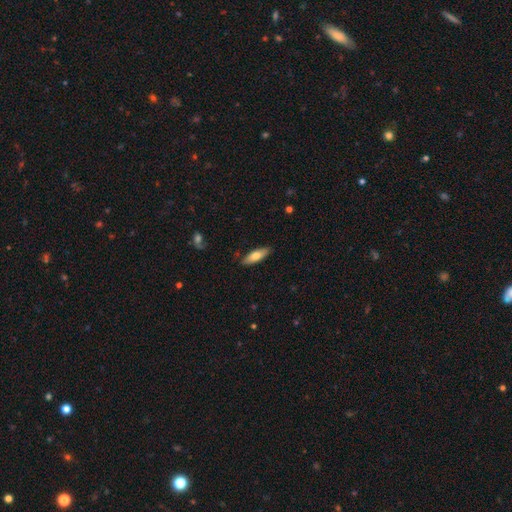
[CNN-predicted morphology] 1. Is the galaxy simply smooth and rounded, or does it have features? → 71% smooth, 23% featured or disk, 6% star or artifact.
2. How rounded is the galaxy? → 58% in between, 40% cigar-shaped, 2% round.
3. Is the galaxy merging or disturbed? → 86% none, 10% minor disturbance, 2% major disturbance, 1% merger.